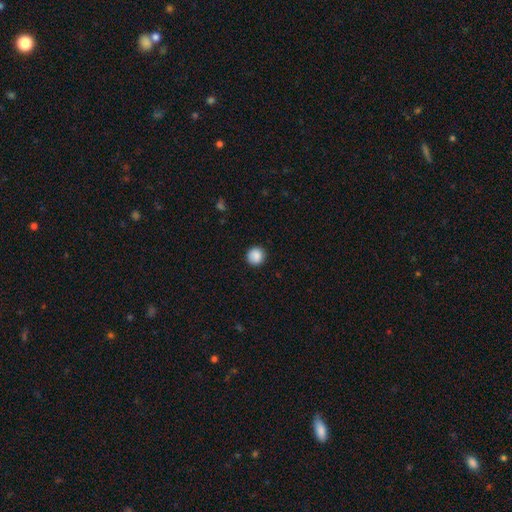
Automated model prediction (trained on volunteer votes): Smooth or featured: smooth — 88% (star or artifact — 8%)
How rounded: round — 92% (in between — 7%)
Merging: none — 89% (minor disturbance — 8%)